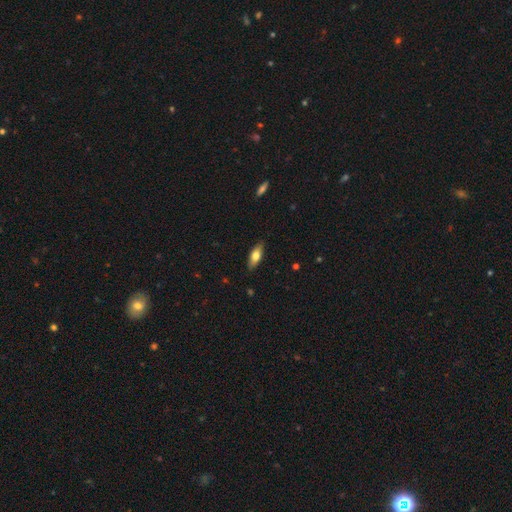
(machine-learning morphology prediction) Smooth or featured? Predicted: smooth (p=0.68). How rounded? Predicted: in between (p=0.67). Merging? Predicted: none (p=0.86).